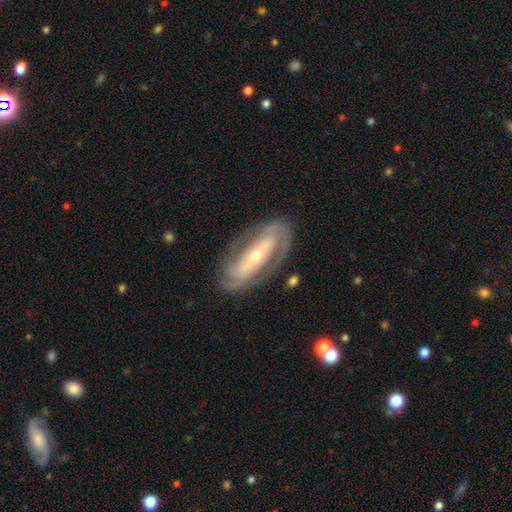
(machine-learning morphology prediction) Smooth or featured? featured or disk (85%)
Edge-on disk? no (92%)
Bar? strong (49%)
Spiral arms? yes (90%)
Spiral winding? tight (56%)
Spiral arm count? 2 (69%)
Bulge size? small (63%)
Merging? none (79%)